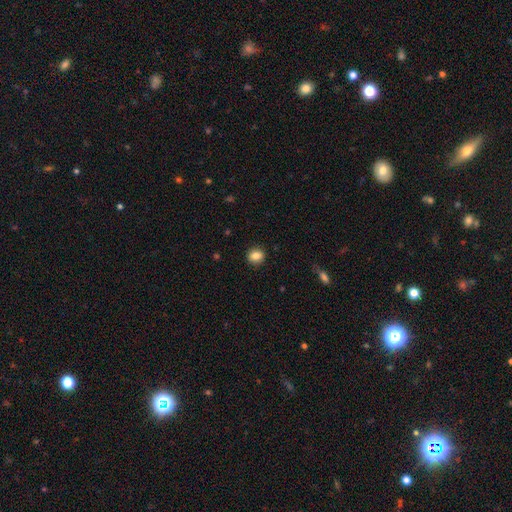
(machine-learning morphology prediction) A smooth galaxy with no disk features (85%) that is round (75%).

Vote fractions:
- Smooth or featured? smooth: 85% / star or artifact: 9% / featured or disk: 6%
- How rounded? round: 75% / in between: 24% / cigar-shaped: 1%
- Merging? none: 91% / minor disturbance: 7% / major disturbance: 2% / merger: 1%